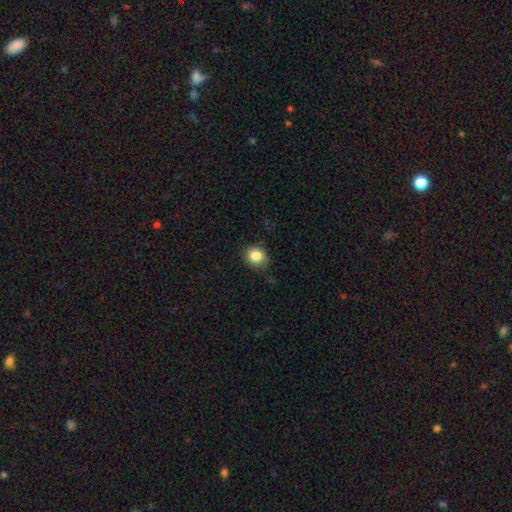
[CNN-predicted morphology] Smooth or featured? smooth (84%)
How rounded? round (74%)
Merging? none (80%)